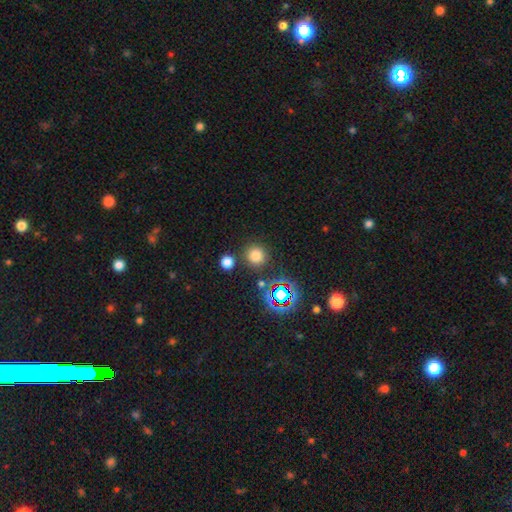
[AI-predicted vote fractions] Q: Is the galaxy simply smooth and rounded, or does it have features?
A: smooth — 72%.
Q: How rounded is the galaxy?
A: round — 92%.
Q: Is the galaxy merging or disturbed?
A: none — 82%.